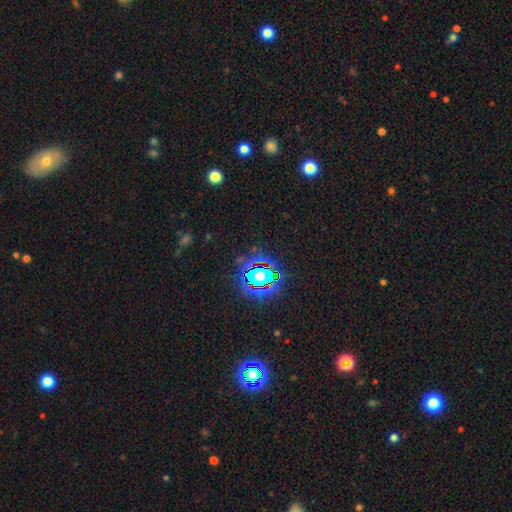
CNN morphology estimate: Smooth or featured? Predicted: star or artifact (p=0.82).